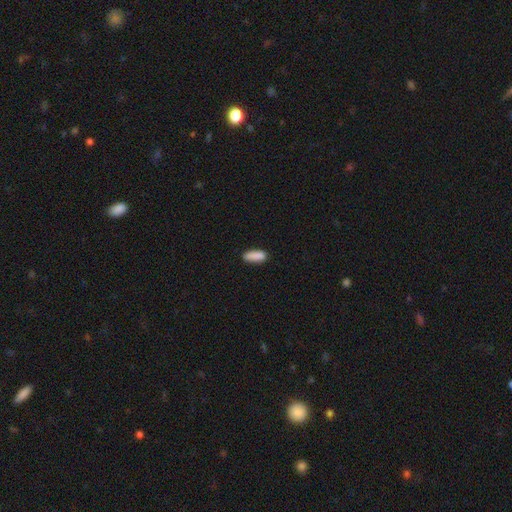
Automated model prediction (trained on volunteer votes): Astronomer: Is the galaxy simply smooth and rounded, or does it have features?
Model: smooth — 89%.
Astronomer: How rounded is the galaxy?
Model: in between — 62%.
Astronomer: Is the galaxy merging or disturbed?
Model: none — 82%.